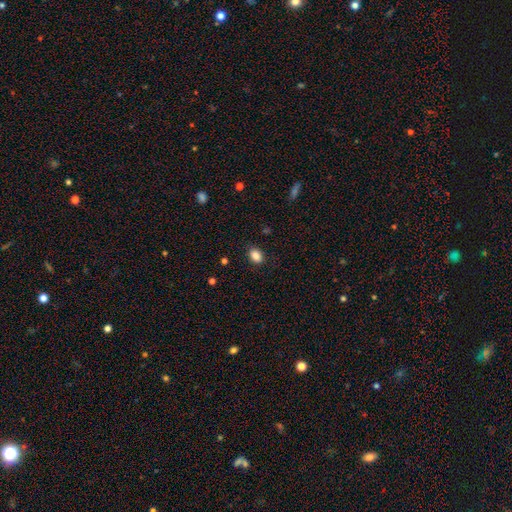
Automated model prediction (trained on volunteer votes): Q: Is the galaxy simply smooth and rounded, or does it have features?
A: smooth — 86%.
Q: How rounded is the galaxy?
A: in between — 71%.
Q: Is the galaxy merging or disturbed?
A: none — 88%.